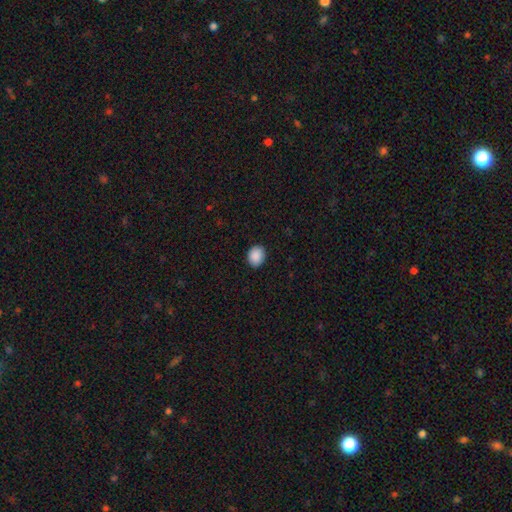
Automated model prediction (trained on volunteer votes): smooth-or-featured: smooth: 90% | star or artifact: 8% | featured or disk: 3%
  how-rounded: in between: 50% (tied) | round: 50% (tied) | cigar-shaped: 1%
  merging: none: 89% | minor disturbance: 8% | major disturbance: 2% | merger: 1%